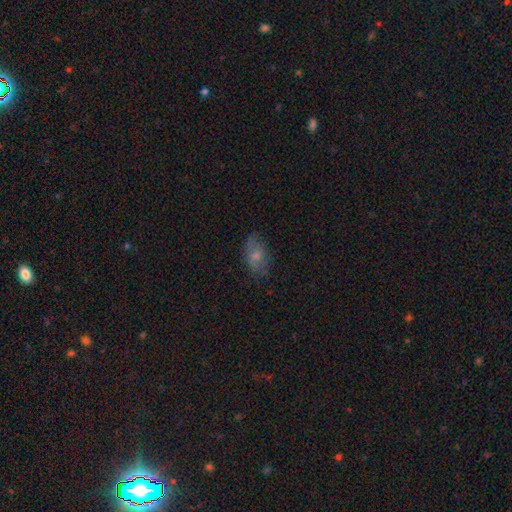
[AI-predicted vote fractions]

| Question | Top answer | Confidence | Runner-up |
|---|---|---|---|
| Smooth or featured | smooth | 67% | featured or disk (22%) |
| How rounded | in between | 88% | round (10%) |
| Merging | none | 68% | minor disturbance (23%) |